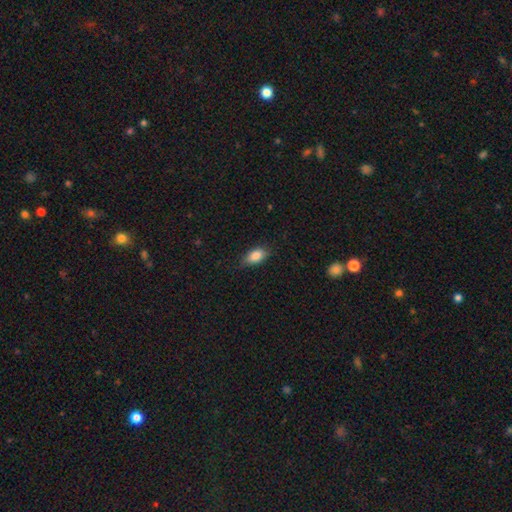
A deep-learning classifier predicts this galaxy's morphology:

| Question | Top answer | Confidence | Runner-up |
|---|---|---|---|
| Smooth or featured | smooth | 86% | star or artifact (8%) |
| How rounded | in between | 89% | round (6%) |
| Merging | none | 72% | minor disturbance (23%) |